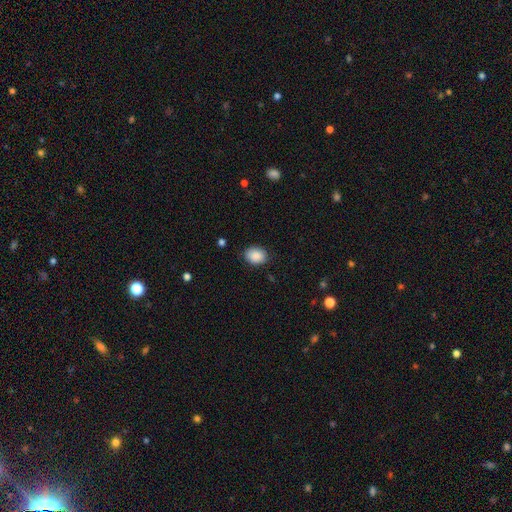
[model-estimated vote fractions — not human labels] Smooth or featured: smooth — 89% (star or artifact — 8%)
How rounded: in between — 63% (round — 36%)
Merging: none — 84% (minor disturbance — 12%)